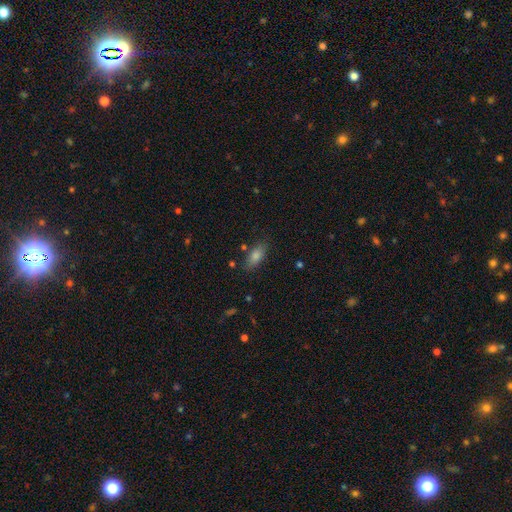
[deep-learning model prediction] Smooth or featured: smooth — 78% (featured or disk — 12%)
How rounded: in between — 81% (cigar-shaped — 16%)
Merging: none — 81% (minor disturbance — 13%)